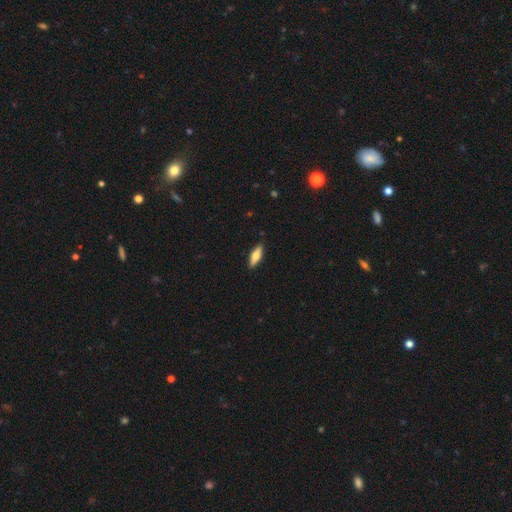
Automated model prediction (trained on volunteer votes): Smooth or featured? Predicted: smooth (p=0.63). How rounded? Predicted: in between (p=0.53). Merging? Predicted: none (p=0.89).